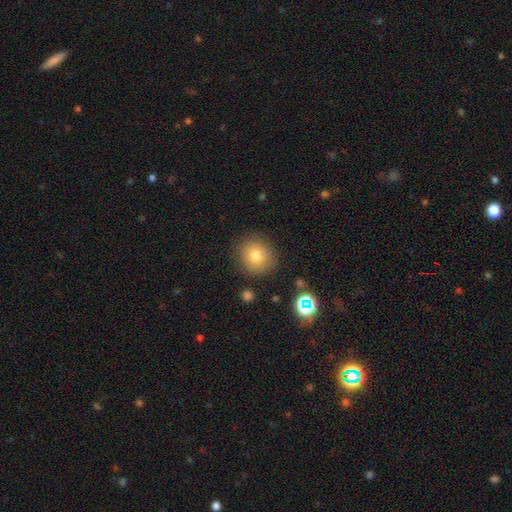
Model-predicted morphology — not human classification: Q: Smooth or featured?
A: smooth (77%); runner-up: star or artifact (12%)
Q: How rounded?
A: round (87%); runner-up: in between (12%)
Q: Merging?
A: none (85%); runner-up: minor disturbance (10%)